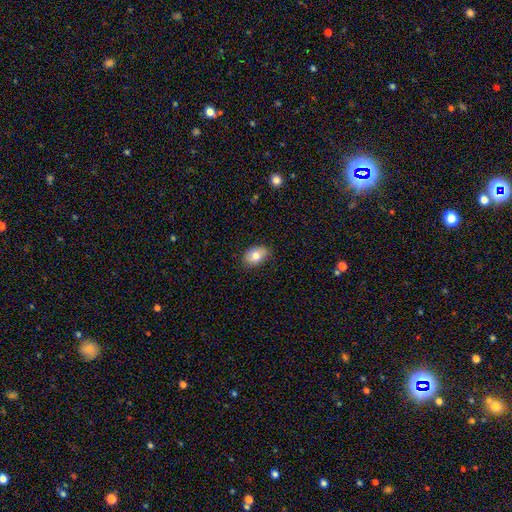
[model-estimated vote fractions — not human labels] smooth-or-featured: smooth: 79% | featured or disk: 13% | star or artifact: 8%
  how-rounded: in between: 85% | round: 14% | cigar-shaped: 1%
  merging: none: 83% | minor disturbance: 14% | major disturbance: 2% | merger: 1%